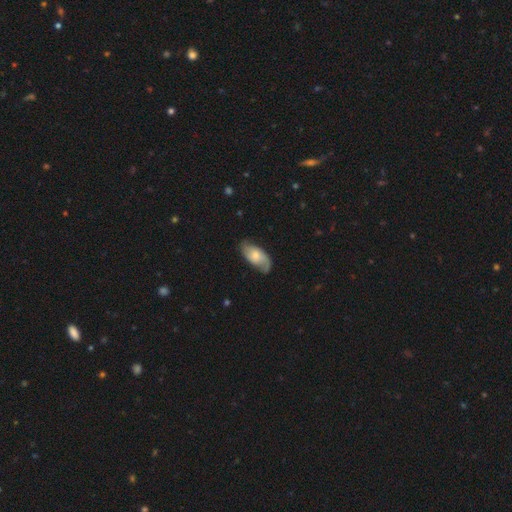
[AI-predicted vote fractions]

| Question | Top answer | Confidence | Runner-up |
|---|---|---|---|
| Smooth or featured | featured or disk | 58% | smooth (36%) |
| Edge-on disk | no | 93% | yes (7%) |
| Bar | no | 70% | weak (26%) |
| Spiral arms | yes | 87% | no (13%) |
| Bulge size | small | 46% | moderate (43%) |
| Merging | none | 70% | minor disturbance (21%) |